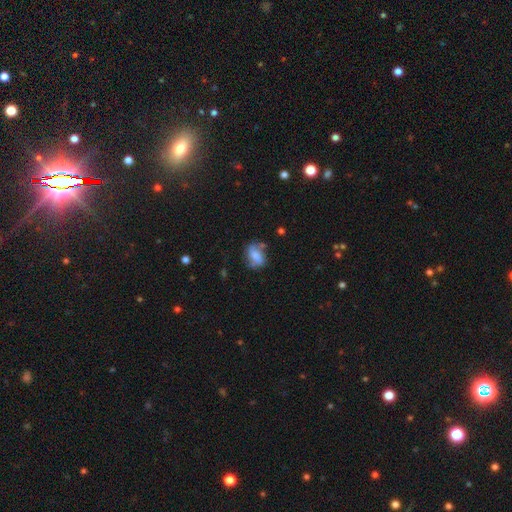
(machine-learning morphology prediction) A smooth galaxy with no disk features (49%).

Vote fractions:
- Smooth or featured? smooth: 49% / featured or disk: 42% / star or artifact: 9%
- Merging? none: 56% / minor disturbance: 26% / major disturbance: 12% / merger: 6%